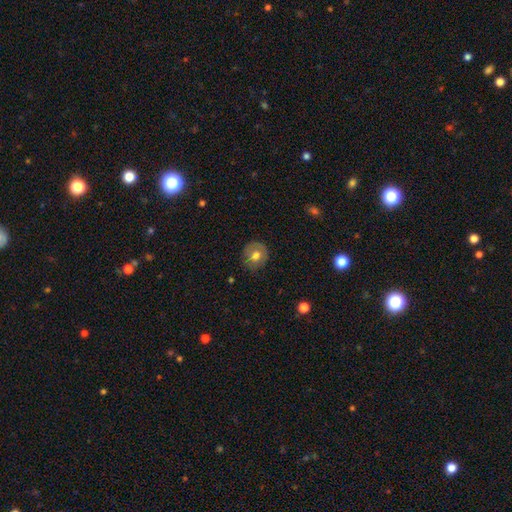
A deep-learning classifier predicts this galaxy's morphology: type=smooth (67%); roundness=round (85%); merging=none (82%).